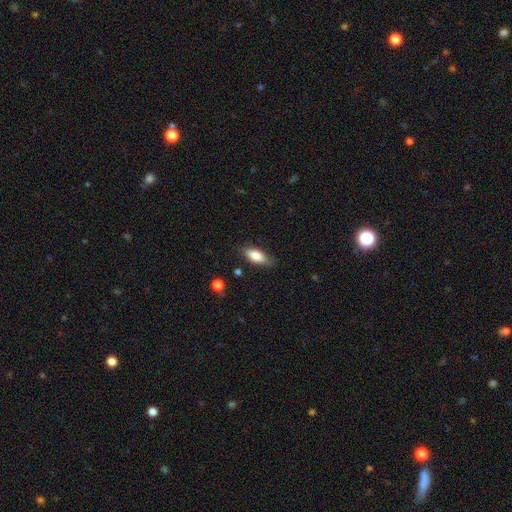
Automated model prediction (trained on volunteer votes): Smooth or featured?
  - smooth: 80% *
  - featured or disk: 14%
  - star or artifact: 7%
How rounded?
  - in between: 79% *
  - cigar-shaped: 18%
  - round: 3%
Merging?
  - none: 76% *
  - minor disturbance: 19%
  - major disturbance: 4%
  - merger: 2%